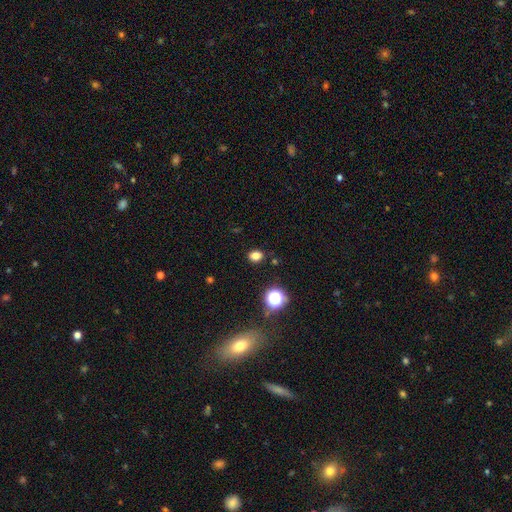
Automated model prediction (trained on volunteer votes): Morphology: type=smooth (76%); roundness=in between (54%); merging=none (86%).